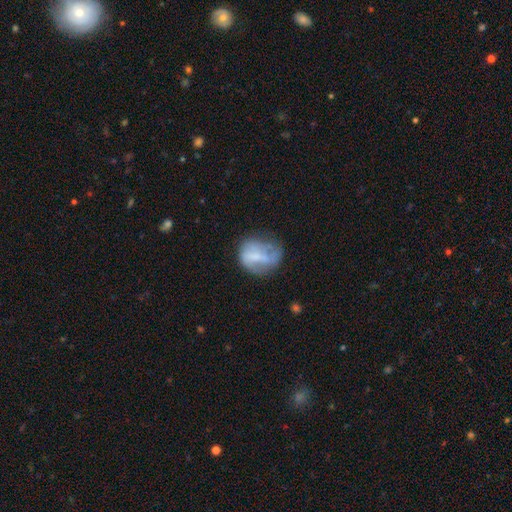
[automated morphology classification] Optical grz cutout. It shows a smooth galaxy with no disk features (49%). Merging: none (39%).